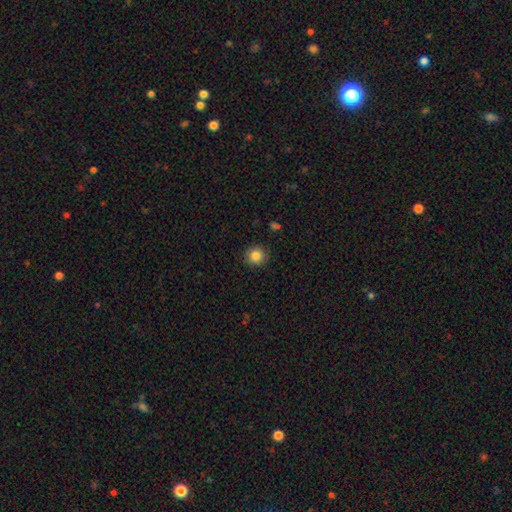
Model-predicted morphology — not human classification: A smooth galaxy with no disk features (84%) that is round (92%).

Vote fractions:
- Smooth or featured? smooth: 84% / star or artifact: 10% / featured or disk: 6%
- How rounded? round: 92% / in between: 7% / cigar-shaped: 1%
- Merging? none: 91% / minor disturbance: 6% / major disturbance: 2% / merger: 1%